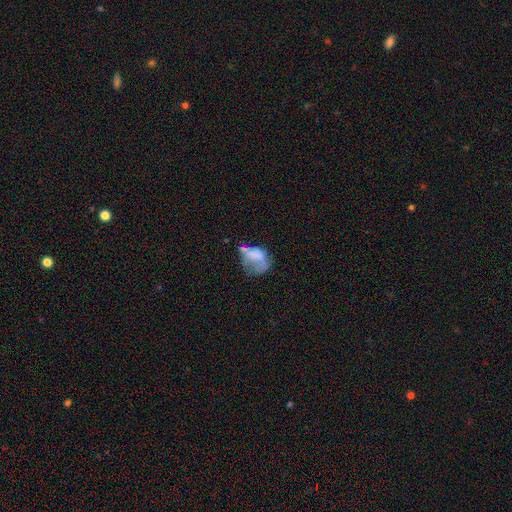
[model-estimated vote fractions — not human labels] Smooth or featured? Predicted: smooth (p=0.54). How rounded? Predicted: in between (p=0.60). Merging? Predicted: major disturbance (p=0.41).